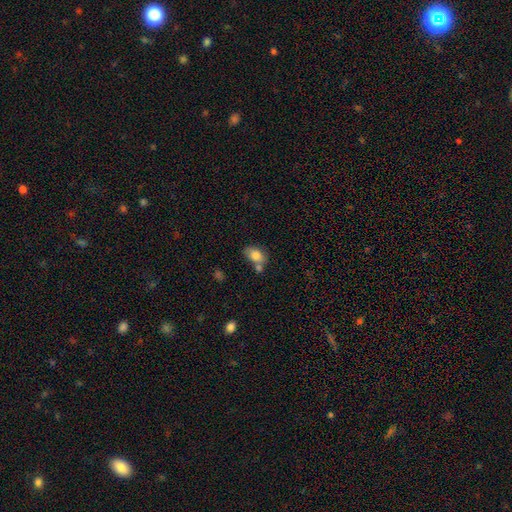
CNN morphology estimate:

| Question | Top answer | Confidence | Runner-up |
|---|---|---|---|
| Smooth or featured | smooth | 81% | featured or disk (11%) |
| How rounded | in between | 79% | round (19%) |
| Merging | none | 43% | merger (30%) |